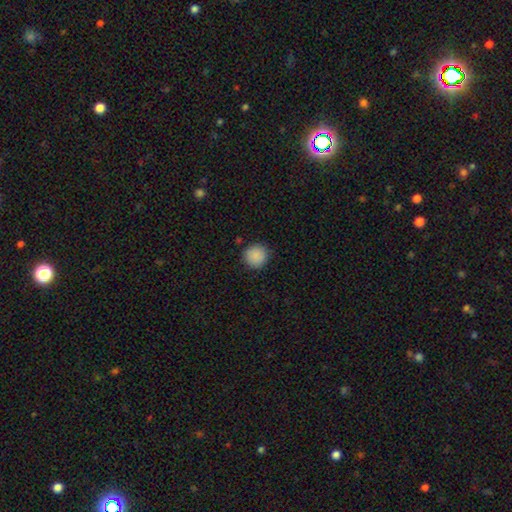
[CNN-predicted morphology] A smooth galaxy with no disk features (88%) that is round (93%).

Vote fractions:
- Smooth or featured? smooth: 88% / star or artifact: 8% / featured or disk: 3%
- How rounded? round: 93% / in between: 6% / cigar-shaped: 1%
- Merging? none: 89% / minor disturbance: 8% / major disturbance: 2% / merger: 1%